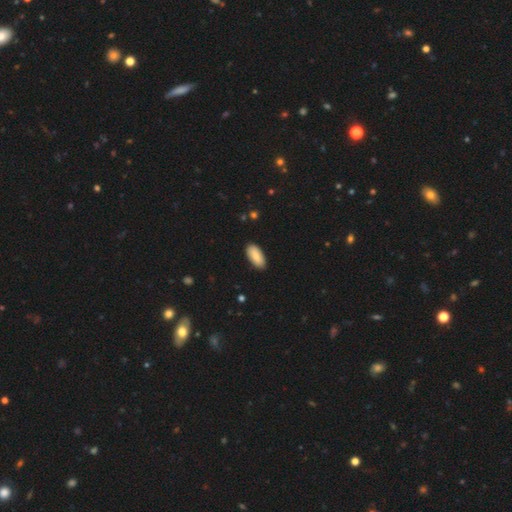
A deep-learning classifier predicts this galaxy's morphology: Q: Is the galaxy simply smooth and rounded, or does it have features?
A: smooth — 86%.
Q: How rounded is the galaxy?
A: in between — 91%.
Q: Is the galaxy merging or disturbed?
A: none — 88%.